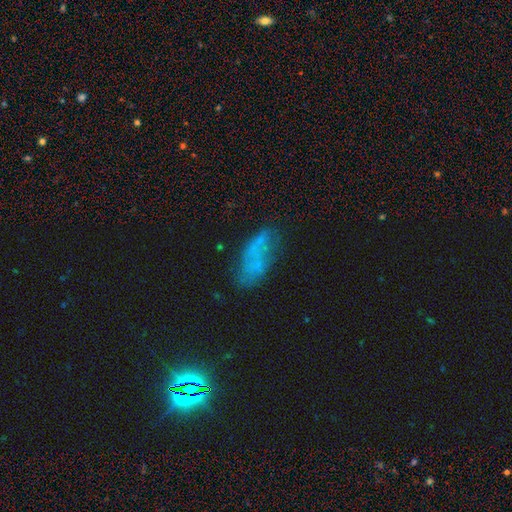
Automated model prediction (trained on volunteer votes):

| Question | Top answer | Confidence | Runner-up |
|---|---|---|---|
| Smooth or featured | smooth | 47% | featured or disk (33%) |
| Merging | none | 56% | minor disturbance (24%) |